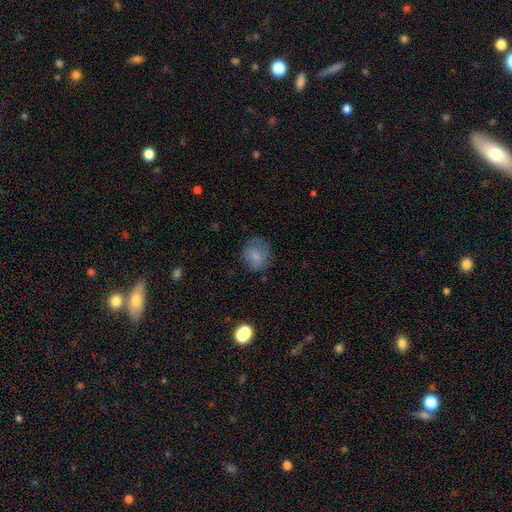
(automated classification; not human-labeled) This appears to be a smooth galaxy with no disk features (77%) that is round (71%). Merging: none (68%).